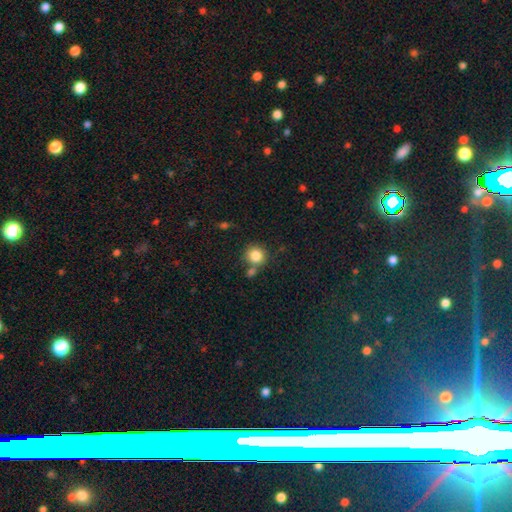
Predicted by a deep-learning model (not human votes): smooth-or-featured: smooth: 84% | star or artifact: 10% | featured or disk: 6%
  how-rounded: round: 90% | in between: 10% | cigar-shaped: 1%
  merging: none: 67% | merger: 19% | minor disturbance: 10% | major disturbance: 3%